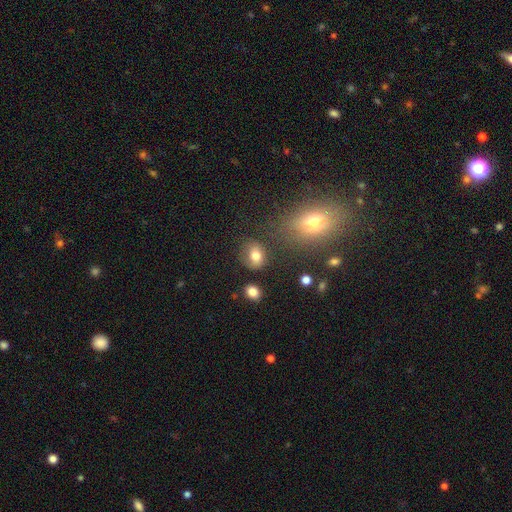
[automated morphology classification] smooth-or-featured: smooth: 77% | featured or disk: 12% | star or artifact: 11%
  how-rounded: round: 50% | in between: 49% | cigar-shaped: 1%
  merging: none: 65% | minor disturbance: 21% | major disturbance: 8% | merger: 6%